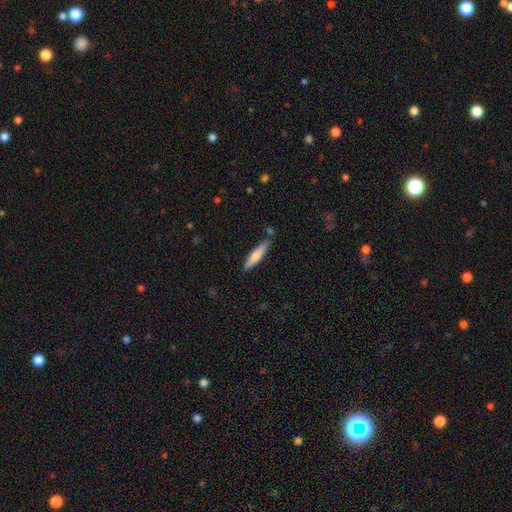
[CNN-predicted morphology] The model was most divided on "smooth or featured": smooth: 73%, featured or disk: 21%, star or artifact: 6%. More confident: how rounded — cigar-shaped (83%); merging — none (80%).